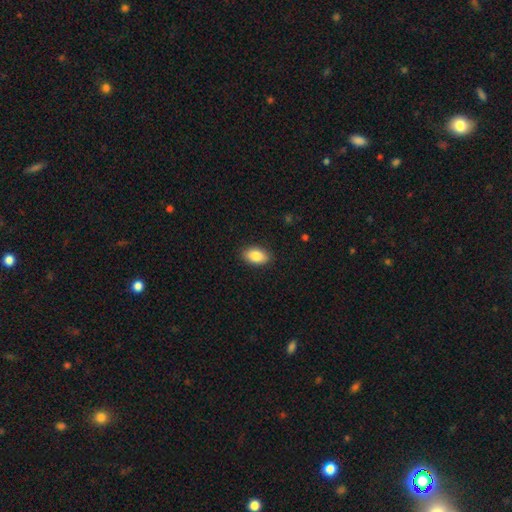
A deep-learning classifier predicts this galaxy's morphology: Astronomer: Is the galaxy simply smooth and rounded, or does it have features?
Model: smooth — 87%.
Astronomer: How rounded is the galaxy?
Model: in between — 92%.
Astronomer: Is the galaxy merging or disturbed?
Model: none — 88%.